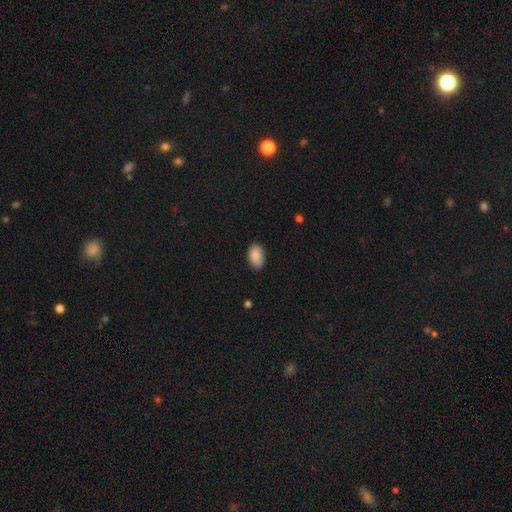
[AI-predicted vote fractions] This is clearly a smooth galaxy (90%). How rounded: clearly in between (92%). Merging: clearly none (85%).